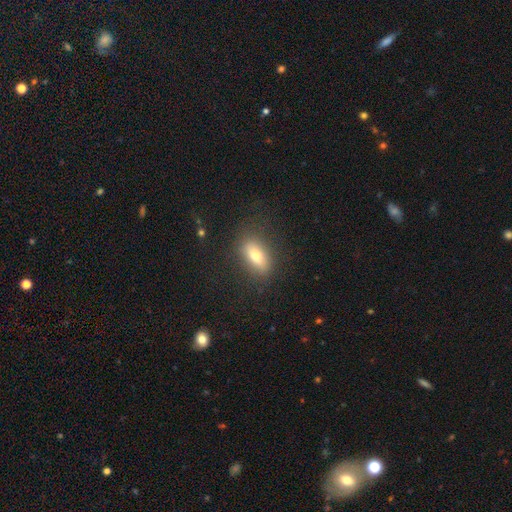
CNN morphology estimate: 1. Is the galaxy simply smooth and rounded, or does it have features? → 67% smooth, 23% featured or disk, 10% star or artifact.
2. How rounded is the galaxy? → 75% in between, 18% cigar-shaped, 7% round.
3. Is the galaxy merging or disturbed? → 82% none, 12% minor disturbance, 5% major disturbance, 1% merger.